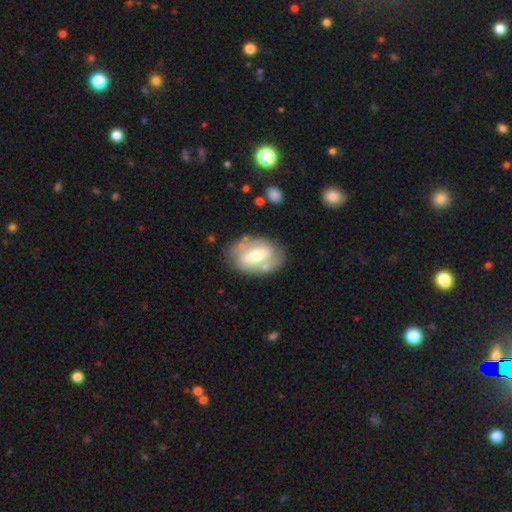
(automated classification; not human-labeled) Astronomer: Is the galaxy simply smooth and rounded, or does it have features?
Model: featured or disk — 65%.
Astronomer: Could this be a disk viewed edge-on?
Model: no — 93%.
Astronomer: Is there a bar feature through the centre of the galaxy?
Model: strong — 42% (runner-up: weak, 40%).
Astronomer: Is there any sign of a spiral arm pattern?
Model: yes — 62% (runner-up: no, 38%).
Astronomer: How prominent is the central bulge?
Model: moderate — 66%.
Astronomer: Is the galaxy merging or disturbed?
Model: none — 74%.